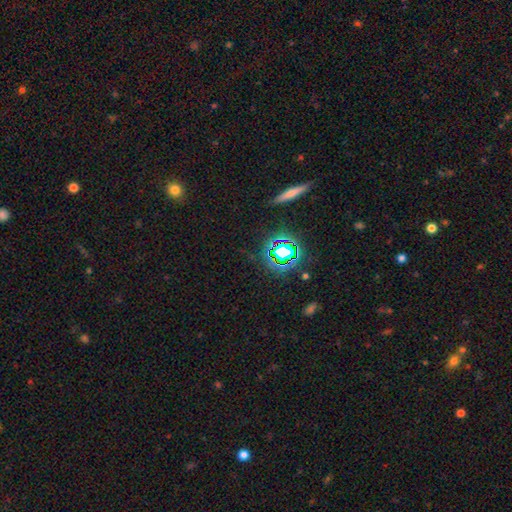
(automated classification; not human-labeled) Smooth or featured? Predicted: star or artifact (p=0.70).